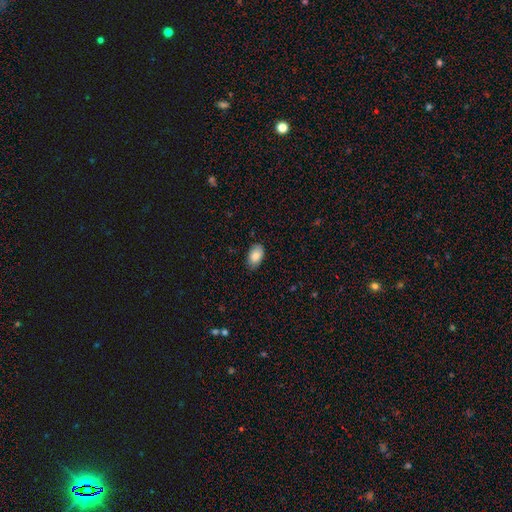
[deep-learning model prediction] This appears to be a smooth galaxy with no disk features (84%) that is in between round and cigar-shaped (92%). Merging: none (80%).